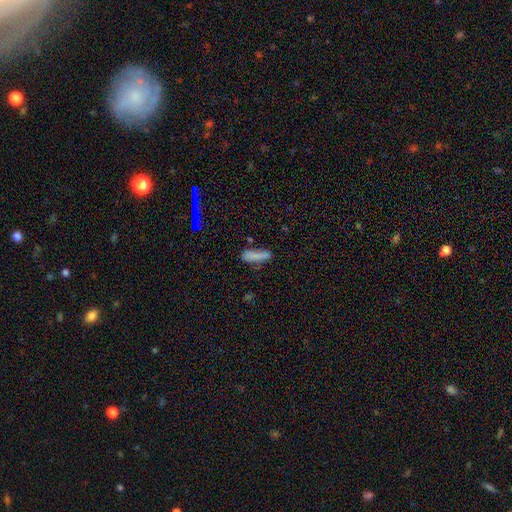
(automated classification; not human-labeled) smooth_or_featured: smooth (p=0.78) [alt: featured or disk p=0.13]
how_rounded: cigar-shaped (p=0.71) [alt: in between p=0.27]
merging: none (p=0.63) [alt: minor disturbance p=0.23]